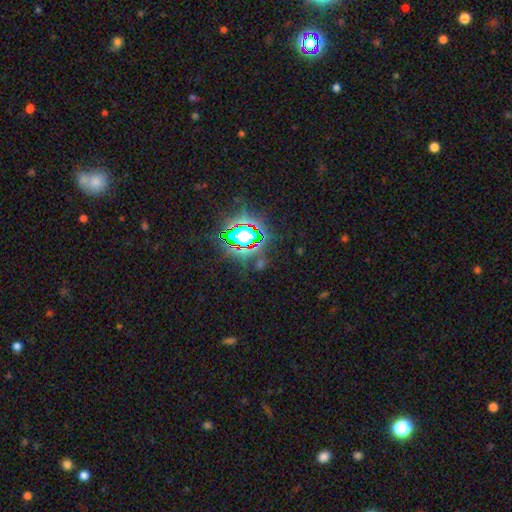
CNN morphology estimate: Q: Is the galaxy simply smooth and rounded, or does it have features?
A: star or artifact — 82%.